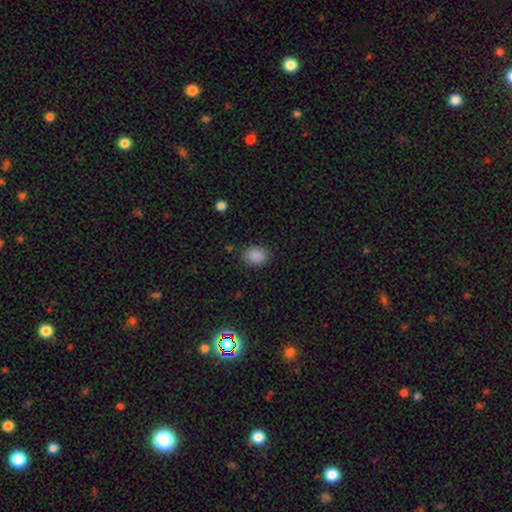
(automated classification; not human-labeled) Smooth or featured: smooth — 88% (star or artifact — 9%)
How rounded: in between — 59% (round — 40%)
Merging: none — 84% (minor disturbance — 12%)